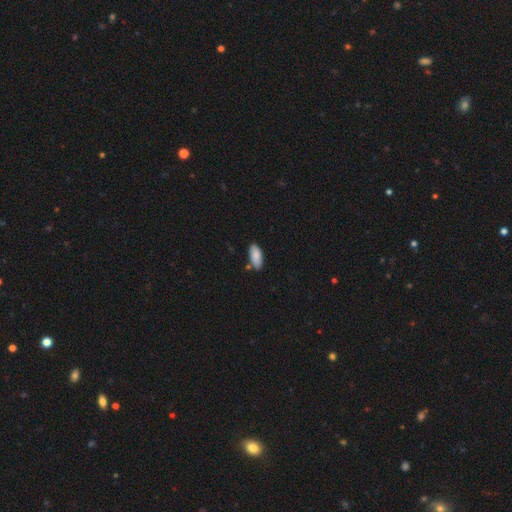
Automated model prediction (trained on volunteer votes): smooth 85%, featured or disk 8%, star or artifact 6%. Down the decision tree: how rounded — in between (89%); merging — none (77%).